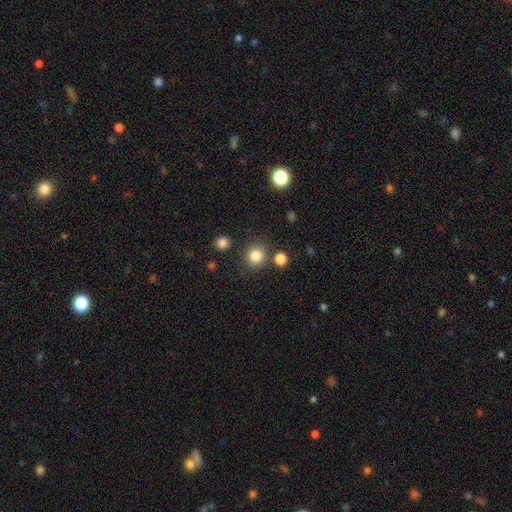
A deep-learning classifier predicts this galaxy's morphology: This is clearly a smooth galaxy (83%). How rounded: clearly round (88%). Merging: clearly none (82%).